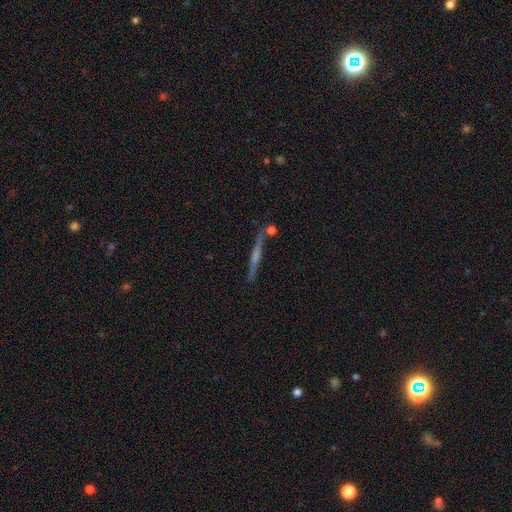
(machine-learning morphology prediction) The model was most divided on "smooth or featured": featured or disk: 55%, smooth: 24%, star or artifact: 22%. More confident: edge-on disk — yes (83%); merging — none (72%).